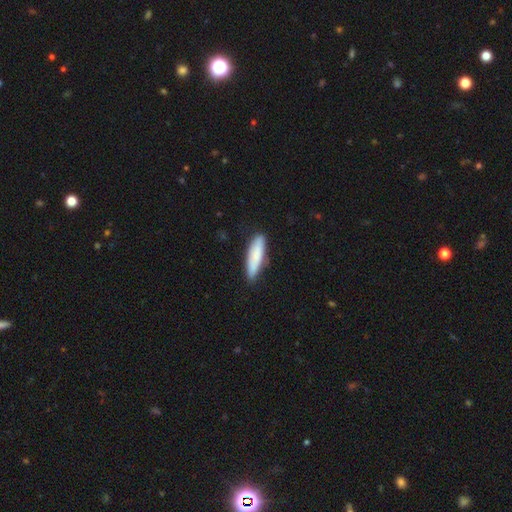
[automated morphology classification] Smooth or featured? Predicted: smooth (p=0.77). How rounded? Predicted: cigar-shaped (p=0.68). Merging? Predicted: none (p=0.81).